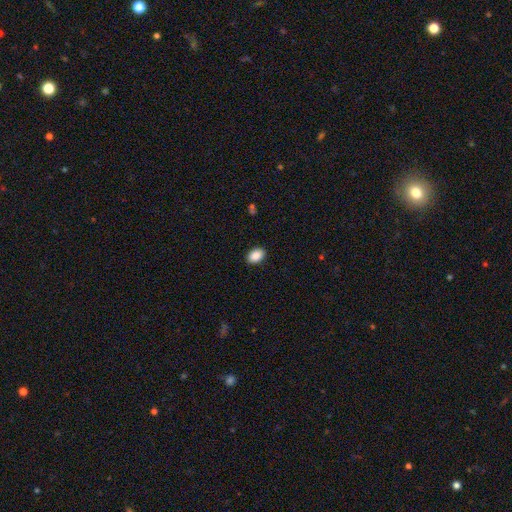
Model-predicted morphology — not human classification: This appears to be a smooth galaxy with no disk features (90%) that is in between round and cigar-shaped (81%). Merging: none (90%).